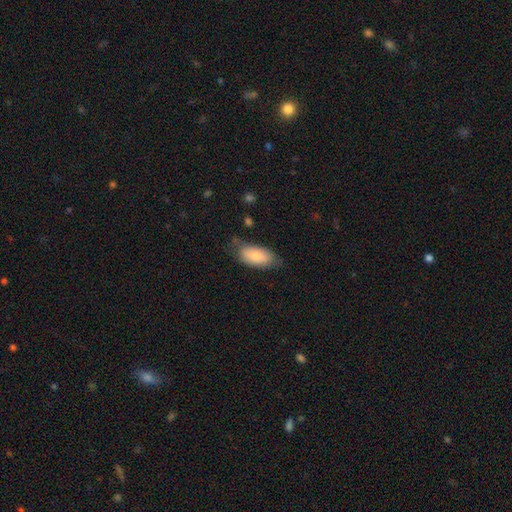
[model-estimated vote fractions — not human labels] smooth_or_featured: smooth (p=0.78) [alt: featured or disk p=0.16]
how_rounded: in between (p=0.92) [alt: cigar-shaped p=0.06]
merging: none (p=0.61) [alt: minor disturbance p=0.29]